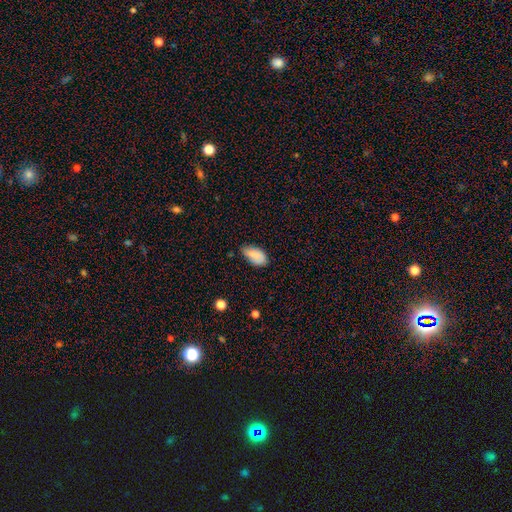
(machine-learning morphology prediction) type=smooth (83%); roundness=in between (94%); merging=none (54%).